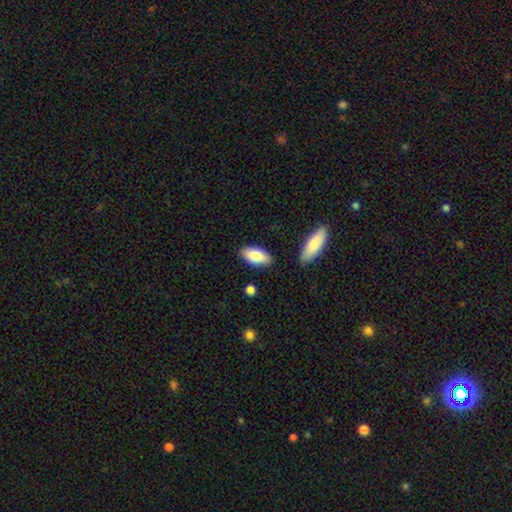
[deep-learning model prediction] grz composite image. It shows a smooth galaxy with no disk features (82%) that is in between round and cigar-shaped (89%). Merging: none (84%).